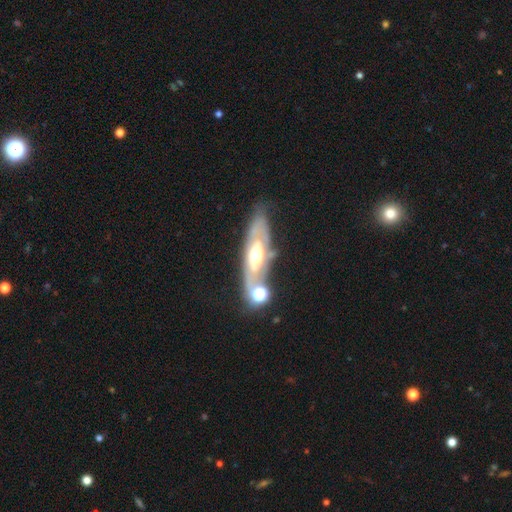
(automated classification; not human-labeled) featured or disk 71%, smooth 22%, star or artifact 8%. Down the decision tree: edge-on disk — no (71%); merging — none (56%).